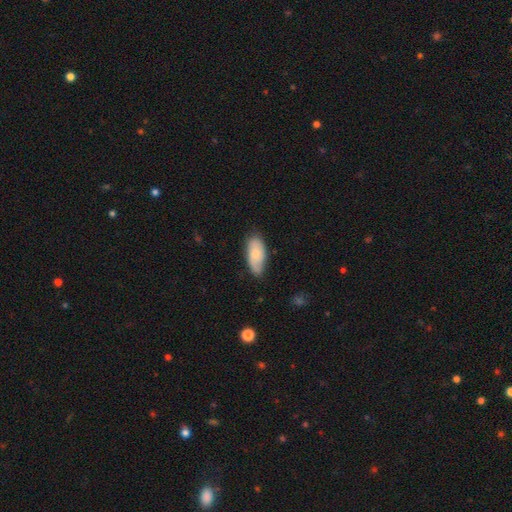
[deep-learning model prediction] smooth 71%, featured or disk 23%, star or artifact 6%. Down the decision tree: how rounded — in between (89%); merging — none (70%).